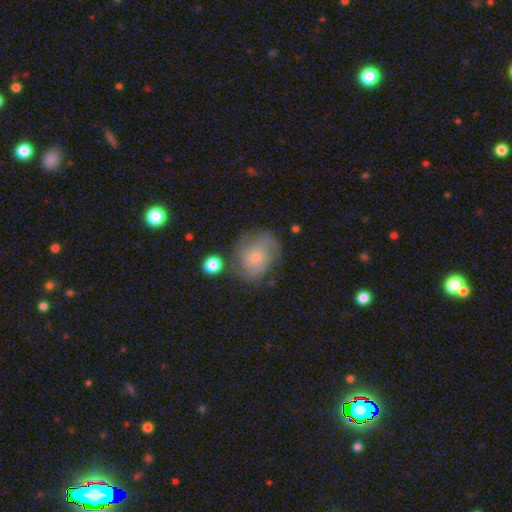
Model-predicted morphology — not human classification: smooth_or_featured: featured or disk (p=0.48) [alt: smooth p=0.43]
merging: none (p=0.62) [alt: minor disturbance p=0.24]